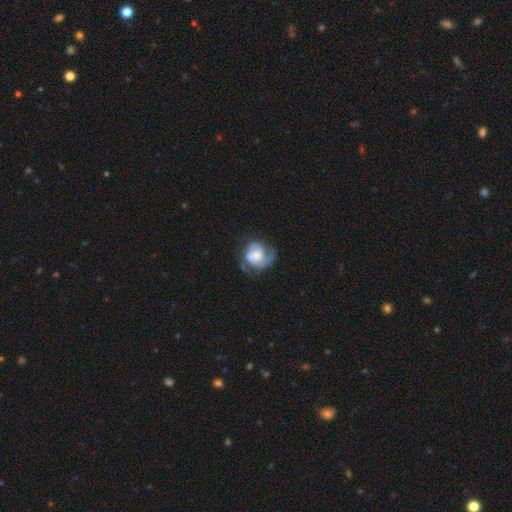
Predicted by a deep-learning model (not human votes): Morphology: type=featured or disk (61%); edge-on=no (98%); bar=no (70%); spiral arms=yes (74%); bulge=moderate (48%); merging=none (42%).